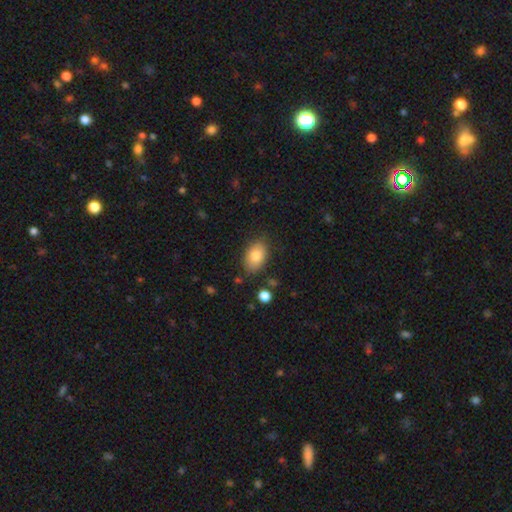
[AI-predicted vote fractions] smooth-or-featured: smooth: 82% | featured or disk: 10% | star or artifact: 8%
  how-rounded: in between: 83% | round: 15% | cigar-shaped: 1%
  merging: none: 79% | minor disturbance: 15% | major disturbance: 3% | merger: 2%